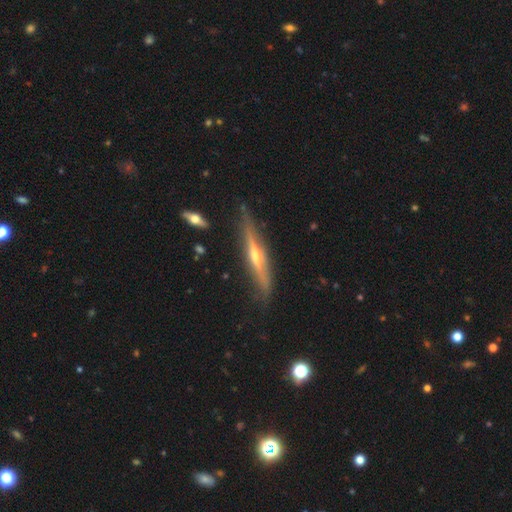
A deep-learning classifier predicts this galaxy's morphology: Q: Smooth or featured?
A: featured or disk (73%); runner-up: smooth (21%)
Q: Edge-on disk?
A: yes (95%); runner-up: no (5%)
Q: Edge-on bulge?
A: rounded (74%); runner-up: none (17%)
Q: Merging?
A: none (78%); runner-up: minor disturbance (16%)